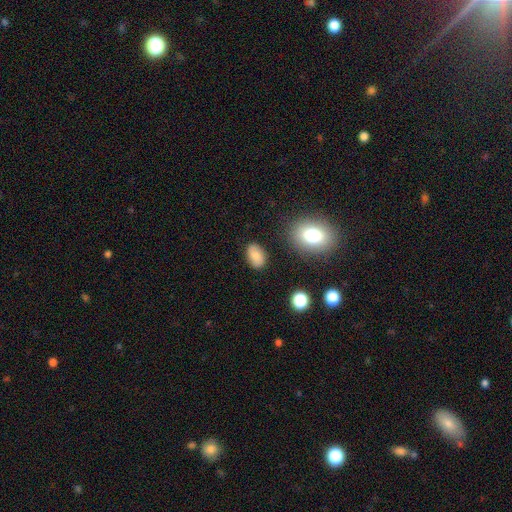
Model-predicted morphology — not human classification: A smooth galaxy with no disk features (82%) that is in between round and cigar-shaped (87%). Merging: none (81%).